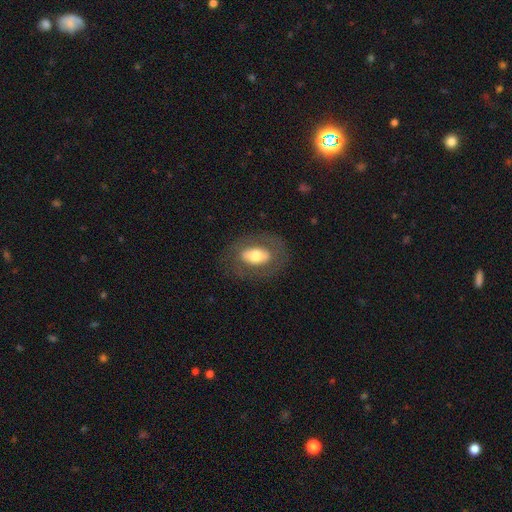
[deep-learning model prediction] Q: Smooth or featured?
A: smooth (51%); runner-up: featured or disk (42%)
Q: How rounded?
A: in between (84%); runner-up: round (14%)
Q: Merging?
A: none (75%); runner-up: minor disturbance (14%)